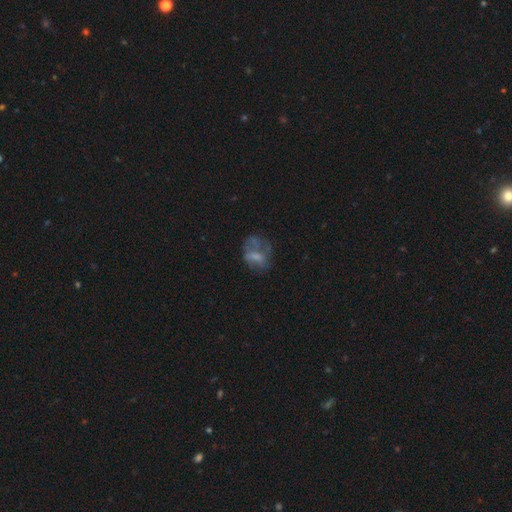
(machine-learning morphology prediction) This is possibly a featured or disk galaxy (47%). Merging: marginally none (39%).